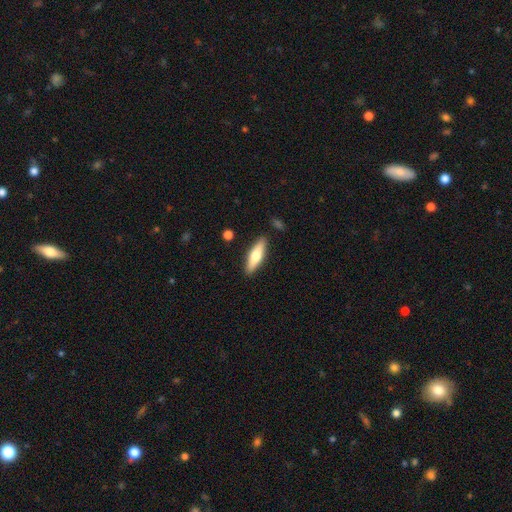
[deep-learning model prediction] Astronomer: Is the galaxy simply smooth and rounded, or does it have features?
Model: smooth — 58% (runner-up: featured or disk, 37%).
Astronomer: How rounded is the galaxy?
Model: cigar-shaped — 64%.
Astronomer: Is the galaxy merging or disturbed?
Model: none — 87%.